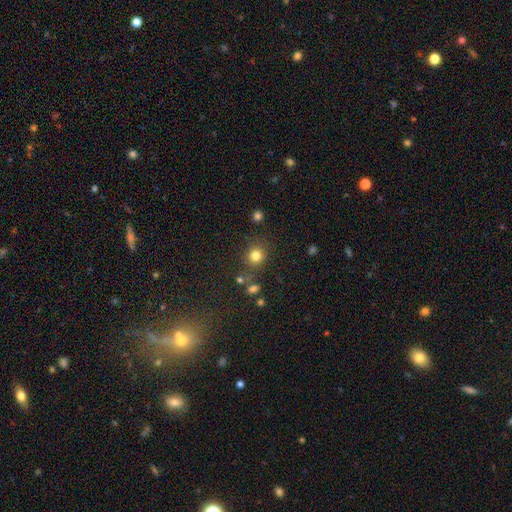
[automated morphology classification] Overall: smooth (80%). How rounded: round (86%). Merging: none (79%).